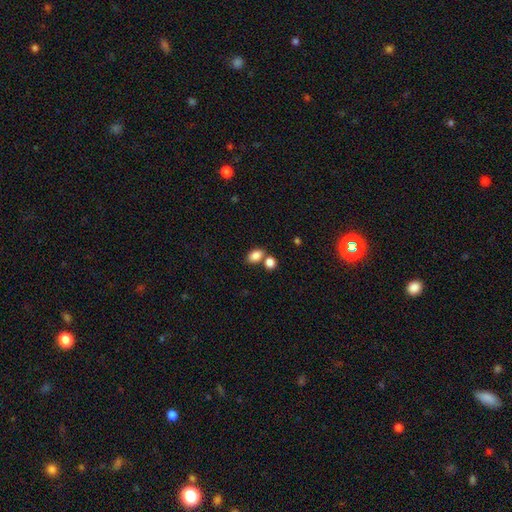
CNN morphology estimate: A smooth galaxy with no disk features (85%) that is in between round and cigar-shaped (80%).

Vote fractions:
- Smooth or featured? smooth: 85% / star or artifact: 9% / featured or disk: 6%
- How rounded? in between: 80% / round: 18% / cigar-shaped: 1%
- Merging? none: 56% / merger: 30% / minor disturbance: 10% / major disturbance: 4%